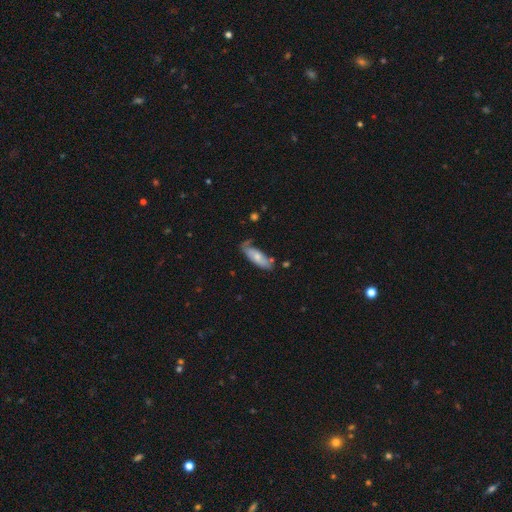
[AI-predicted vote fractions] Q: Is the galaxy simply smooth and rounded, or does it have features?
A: smooth — 53%.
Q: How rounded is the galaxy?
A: in between — 62%.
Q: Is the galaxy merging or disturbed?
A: none — 57%.